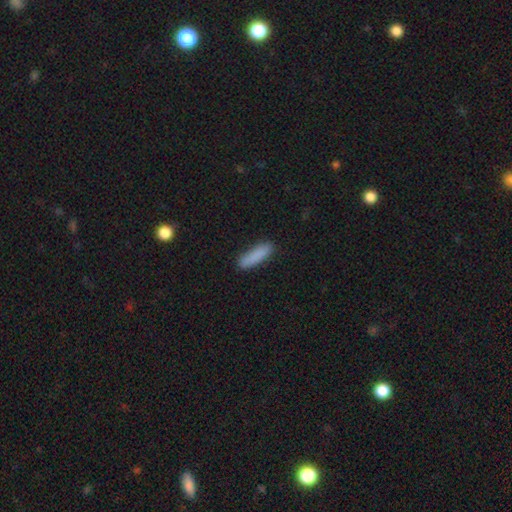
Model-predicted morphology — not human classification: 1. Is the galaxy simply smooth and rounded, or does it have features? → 87% smooth, 6% star or artifact, 6% featured or disk.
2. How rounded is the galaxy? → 72% cigar-shaped, 26% in between, 2% round.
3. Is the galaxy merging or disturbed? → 86% none, 11% minor disturbance, 2% major disturbance, 1% merger.